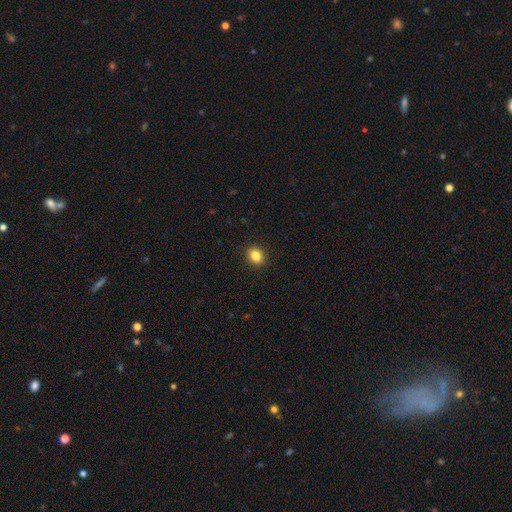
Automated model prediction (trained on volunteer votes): Overall: smooth (85%). How rounded: round (54%; in between 45%). Merging: none (91%).